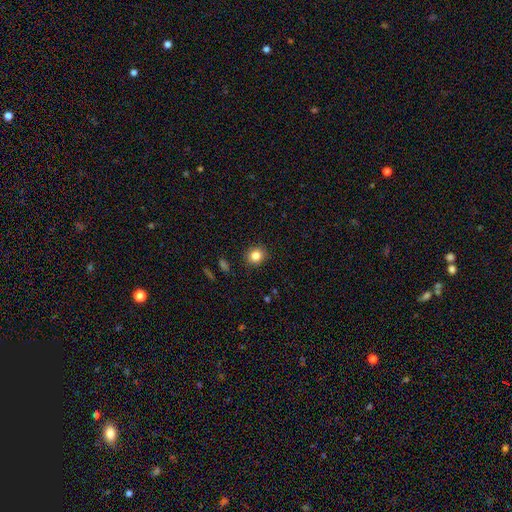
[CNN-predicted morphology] A smooth galaxy with no disk features (83%) that is round (81%).

Vote fractions:
- Smooth or featured? smooth: 83% / star or artifact: 11% / featured or disk: 6%
- How rounded? round: 81% / in between: 18% / cigar-shaped: 1%
- Merging? none: 90% / minor disturbance: 7% / major disturbance: 2% / merger: 1%